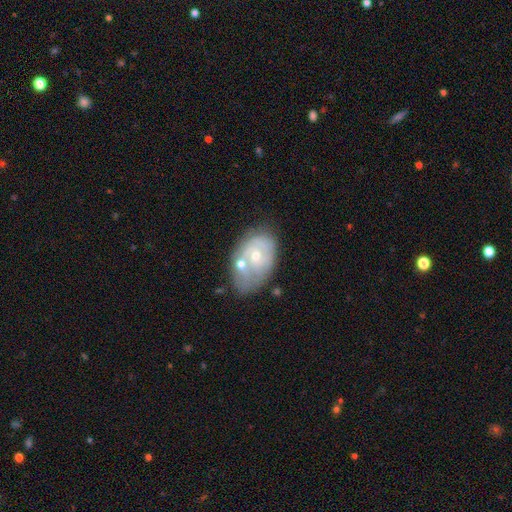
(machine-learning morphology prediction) This is likely a featured or disk galaxy (63%). It is clearly not viewed edge-on (96%). Bar: likely no (80%). Spiral arm pattern: possibly yes (50%, tied with no). Central bulge: possibly small (53%). Merging: possibly none (45%).